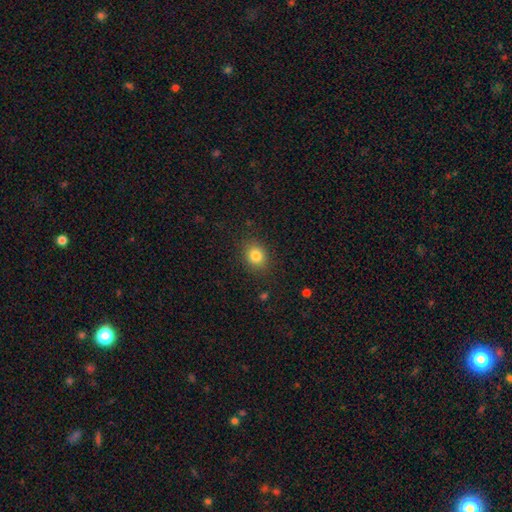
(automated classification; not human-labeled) Smooth or featured: smooth — 83% (star or artifact — 11%)
How rounded: round — 59% (in between — 40%)
Merging: none — 87% (minor disturbance — 9%)